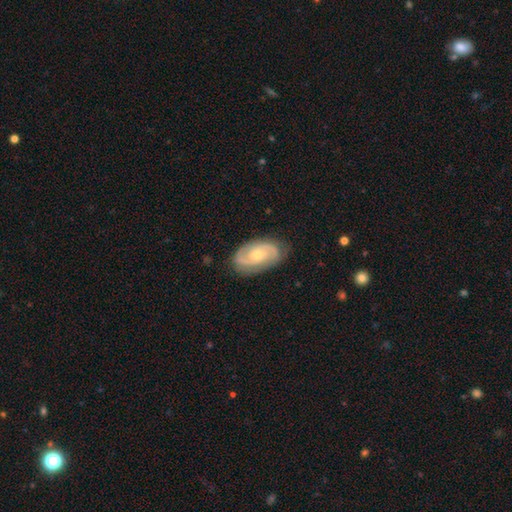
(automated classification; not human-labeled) Smooth or featured? featured or disk (73%)
Edge-on disk? no (94%)
Bar? no (66%)
Spiral arms? yes (91%)
Spiral winding? tight (53%)
Spiral arm count? 2 (68%)
Bulge size? moderate (51%)
Merging? none (83%)